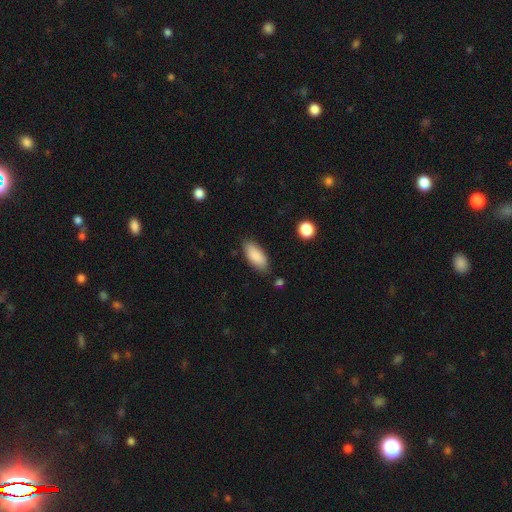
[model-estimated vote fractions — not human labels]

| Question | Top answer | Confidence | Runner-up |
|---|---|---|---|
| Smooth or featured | smooth | 88% | featured or disk (6%) |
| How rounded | in between | 85% | cigar-shaped (14%) |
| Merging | none | 82% | minor disturbance (13%) |